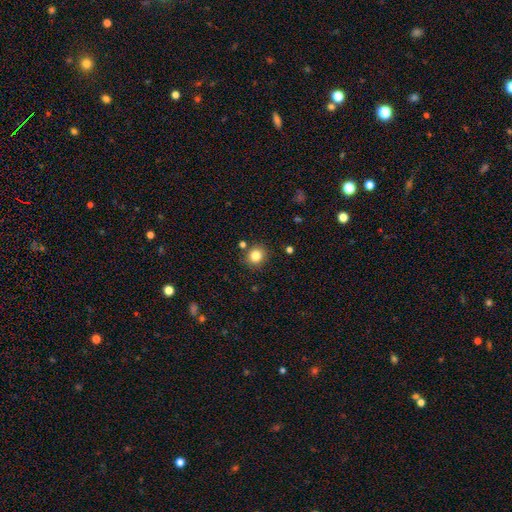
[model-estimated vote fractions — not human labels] Smooth or featured?
  - smooth: 82% *
  - star or artifact: 12%
  - featured or disk: 6%
How rounded?
  - round: 86% *
  - in between: 13%
  - cigar-shaped: 1%
Merging?
  - none: 85% *
  - minor disturbance: 8%
  - merger: 4%
  - major disturbance: 2%